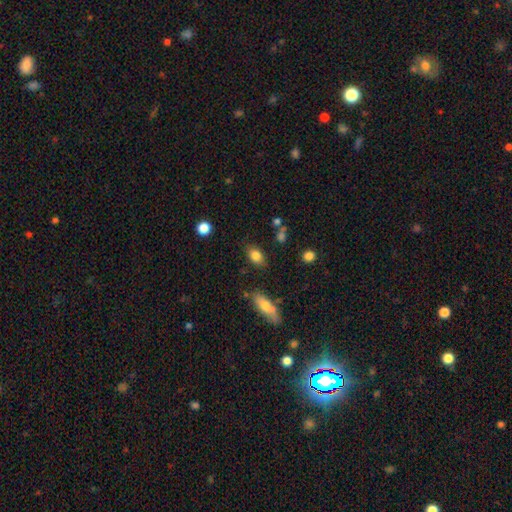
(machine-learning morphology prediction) This is clearly a smooth galaxy (82%). How rounded: clearly in between (81%). Merging: likely none (79%).